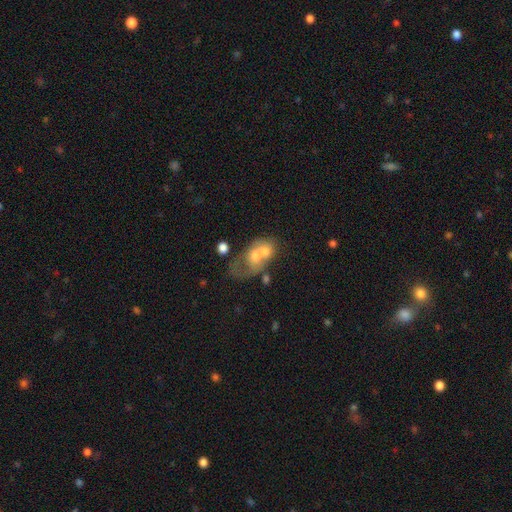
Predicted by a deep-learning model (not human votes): Q: Smooth or featured?
A: featured or disk (43%); tied with: smooth (43%)
Q: Merging?
A: merger (60%); runner-up: none (16%)